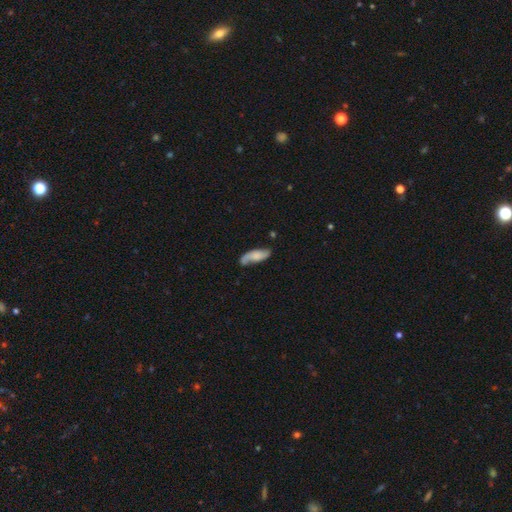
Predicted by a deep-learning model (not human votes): smooth-or-featured: featured or disk: 48% | smooth: 45% | star or artifact: 7%
  merging: none: 65% | minor disturbance: 23% | major disturbance: 8% | merger: 4%